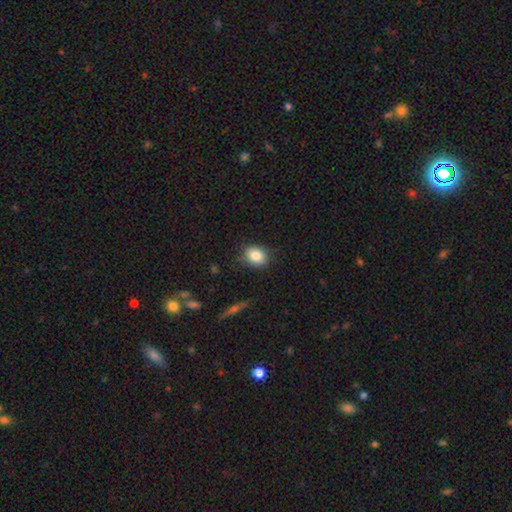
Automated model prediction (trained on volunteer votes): This is clearly a smooth galaxy (83%). How rounded: possibly round (50%). Merging: clearly none (81%).